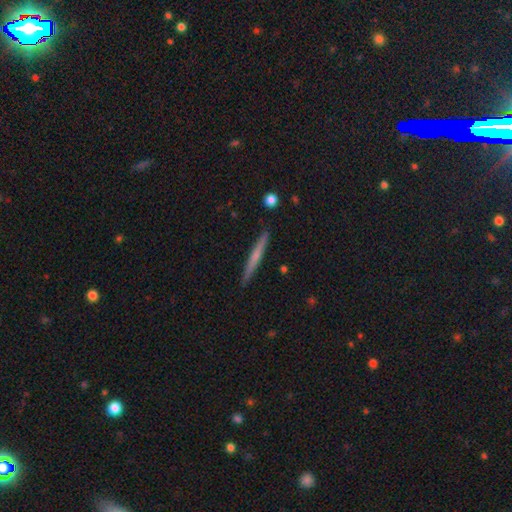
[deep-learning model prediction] Overall: smooth (51%; featured or disk 43%). How rounded: cigar-shaped (96%). Merging: none (91%).